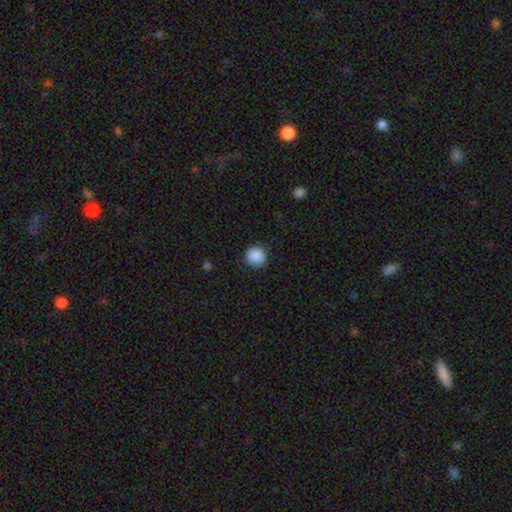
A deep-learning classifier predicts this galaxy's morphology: smooth_or_featured: smooth (p=0.89) [alt: star or artifact p=0.09]
how_rounded: round (p=0.93) [alt: in between p=0.06]
merging: none (p=0.89) [alt: minor disturbance p=0.08]